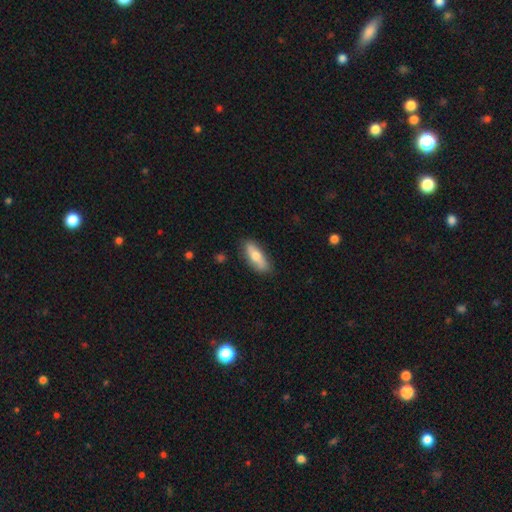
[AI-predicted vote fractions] Smooth or featured?
  - smooth: 65% *
  - featured or disk: 29%
  - star or artifact: 6%
How rounded?
  - in between: 57% *
  - cigar-shaped: 40%
  - round: 3%
Merging?
  - none: 84% *
  - minor disturbance: 13%
  - major disturbance: 2%
  - merger: 1%